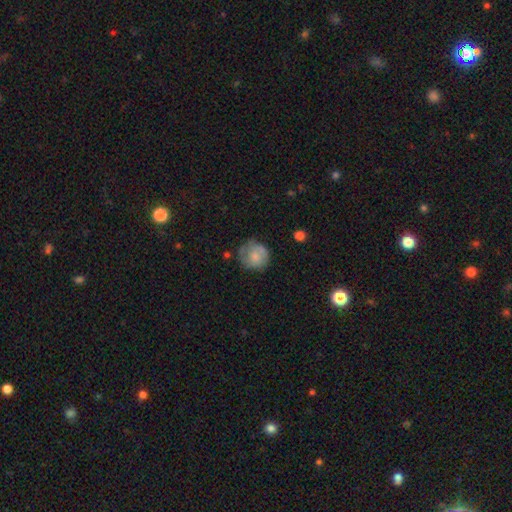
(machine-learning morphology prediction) The model was most divided on "merging": none: 61%, minor disturbance: 26%, major disturbance: 10%, merger: 2%. More confident: how rounded — round (87%); smooth or featured — smooth (67%).